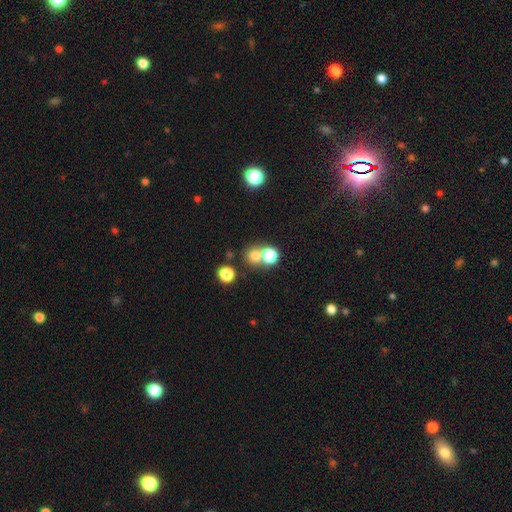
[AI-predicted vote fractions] Smooth or featured? smooth (71%)
How rounded? round (86%)
Merging? none (56%)